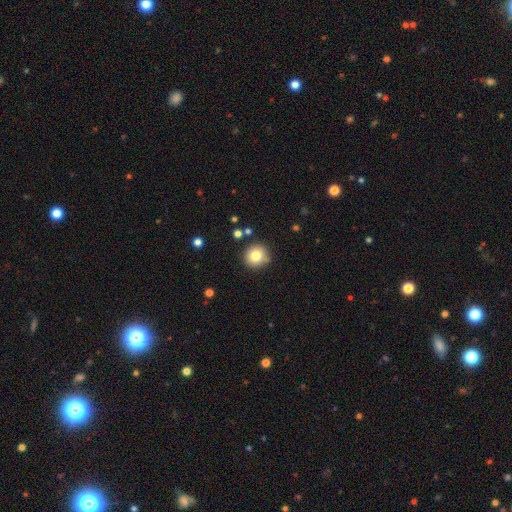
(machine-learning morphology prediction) This appears to be a smooth galaxy with no disk features (80%) that is round (93%). Merging: none (83%).